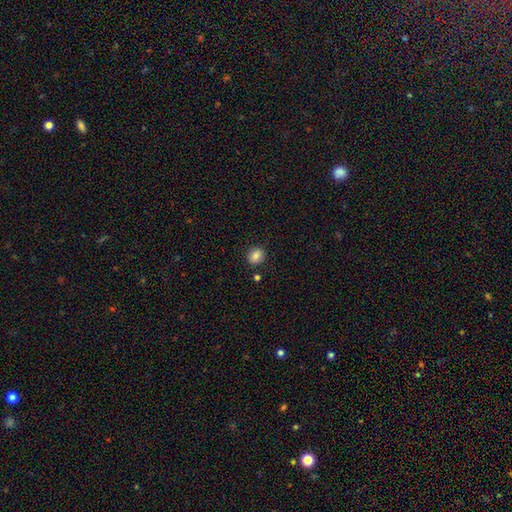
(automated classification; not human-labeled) A smooth galaxy with no disk features (85%) that is round (68%). Merging: none (86%).